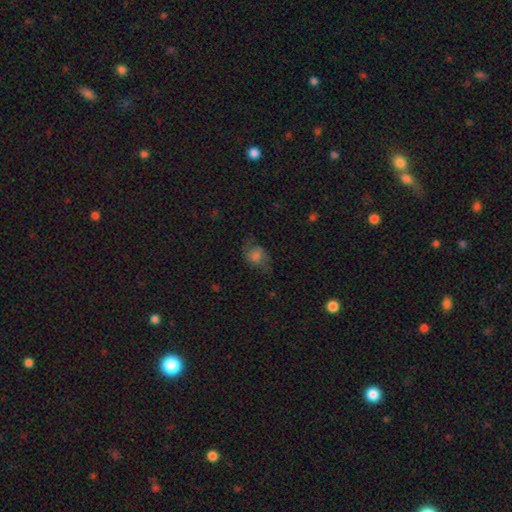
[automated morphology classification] Smooth or featured? Predicted: smooth (p=0.59). How rounded? Predicted: in between (p=0.63). Merging? Predicted: none (p=0.56).